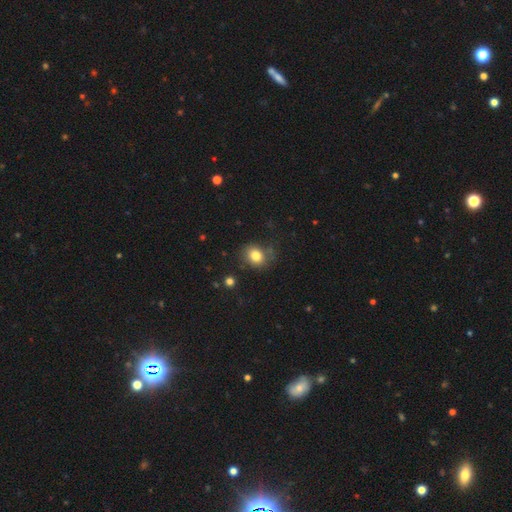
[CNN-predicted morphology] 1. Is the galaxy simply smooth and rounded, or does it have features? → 80% smooth, 11% star or artifact, 9% featured or disk.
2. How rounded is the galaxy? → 56% round, 43% in between, 1% cigar-shaped.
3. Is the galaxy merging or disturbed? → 75% none, 16% minor disturbance, 5% major disturbance, 4% merger.